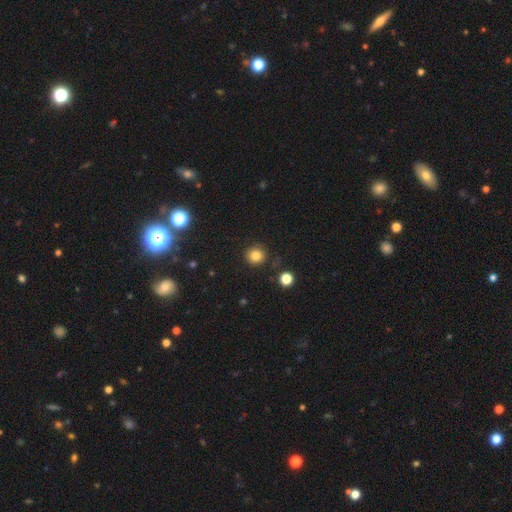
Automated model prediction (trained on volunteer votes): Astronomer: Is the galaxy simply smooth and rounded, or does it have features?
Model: smooth — 81%.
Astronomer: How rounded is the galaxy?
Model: round — 92%.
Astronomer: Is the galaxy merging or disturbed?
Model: none — 88%.